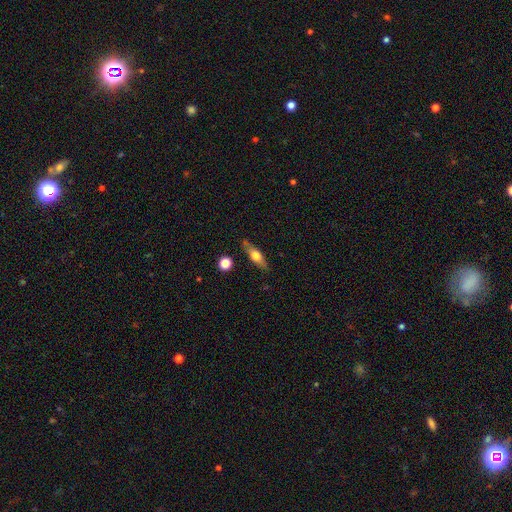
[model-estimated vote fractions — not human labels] Q: Smooth or featured?
A: featured or disk (48%); runner-up: smooth (45%)
Q: Merging?
A: none (79%); runner-up: minor disturbance (14%)